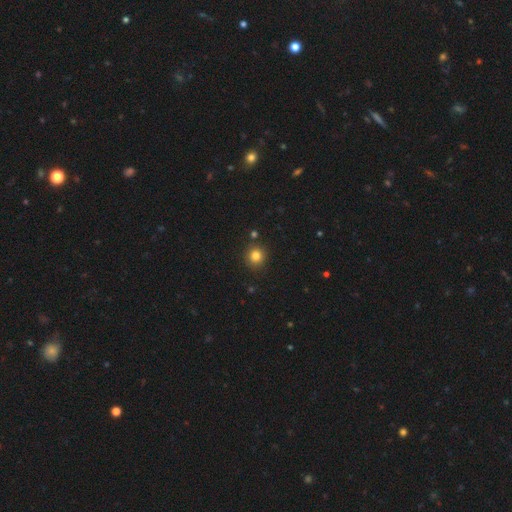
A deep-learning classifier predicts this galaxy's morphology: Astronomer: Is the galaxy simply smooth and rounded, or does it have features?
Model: smooth — 82%.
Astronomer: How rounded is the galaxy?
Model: round — 90%.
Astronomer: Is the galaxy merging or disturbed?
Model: none — 88%.